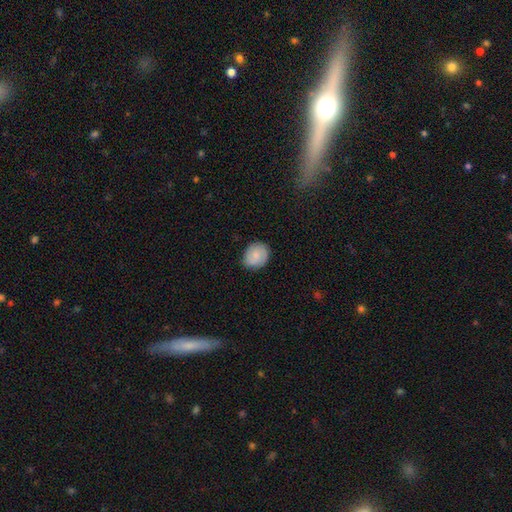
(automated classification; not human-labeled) Smooth or featured? Predicted: smooth (p=0.76). How rounded? Predicted: round (p=0.66). Merging? Predicted: none (p=0.83).